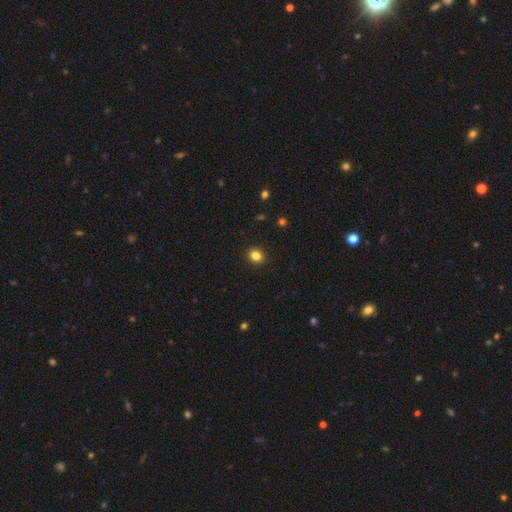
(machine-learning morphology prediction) A smooth galaxy with no disk features (84%) that is round (70%). Merging: none (92%).